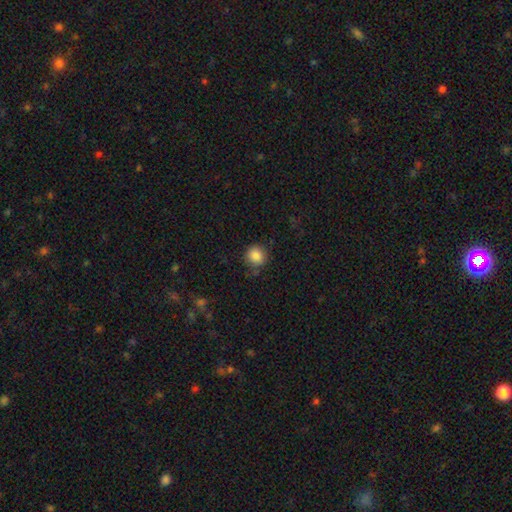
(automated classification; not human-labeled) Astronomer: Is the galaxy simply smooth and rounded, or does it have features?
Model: smooth — 86%.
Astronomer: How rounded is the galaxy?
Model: round — 90%.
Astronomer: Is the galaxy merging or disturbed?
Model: none — 82%.